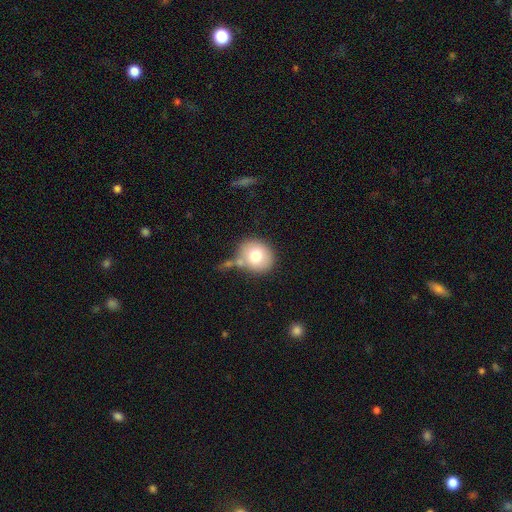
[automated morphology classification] smooth 74%, featured or disk 17%, star or artifact 9%. Down the decision tree: how rounded — round (81%); merging — none (65%).